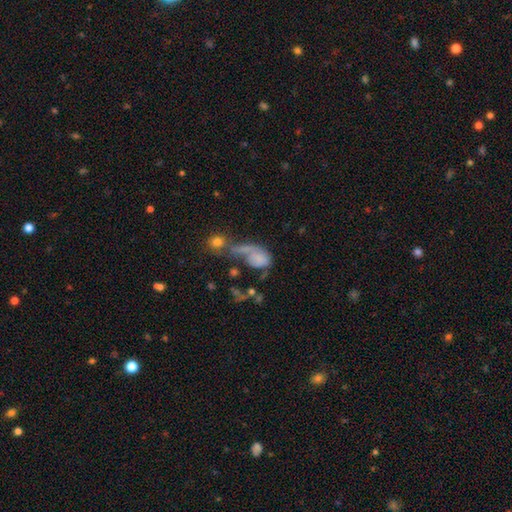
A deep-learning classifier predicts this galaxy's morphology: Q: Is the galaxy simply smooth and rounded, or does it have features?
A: smooth — 54%.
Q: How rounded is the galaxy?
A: in between — 66%.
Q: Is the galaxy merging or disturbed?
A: major disturbance — 36%.